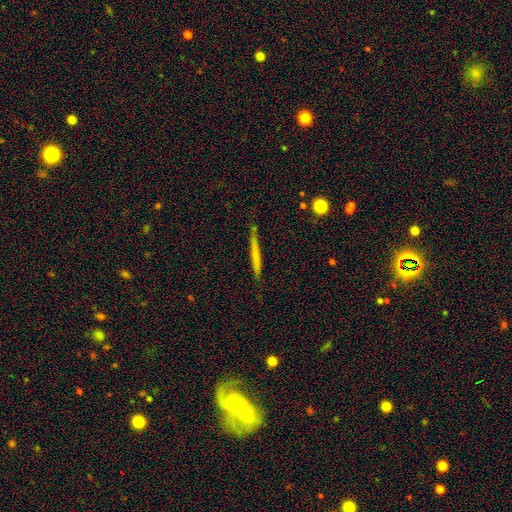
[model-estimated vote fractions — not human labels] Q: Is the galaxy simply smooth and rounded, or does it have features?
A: smooth — 58%.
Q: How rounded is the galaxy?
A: cigar-shaped — 96%.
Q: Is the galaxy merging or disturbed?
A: none — 84%.